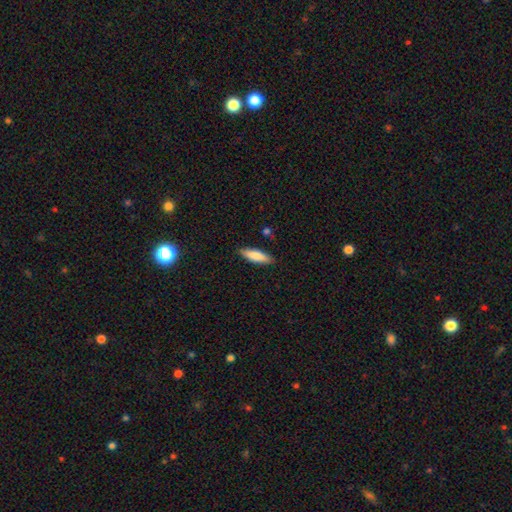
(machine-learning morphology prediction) Overall: smooth (82%). How rounded: cigar-shaped (49%, tied with in between). Merging: none (87%).